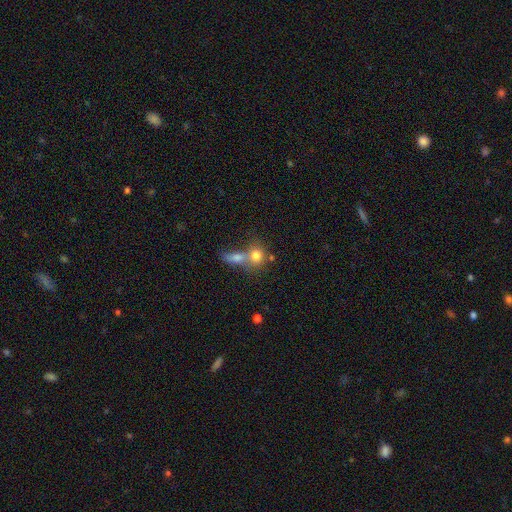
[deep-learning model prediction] smooth-or-featured: smooth: 75% | featured or disk: 14% | star or artifact: 11%
  how-rounded: round: 67% | in between: 30% | cigar-shaped: 3%
  merging: merger: 59% | none: 29% | minor disturbance: 7% | major disturbance: 5%